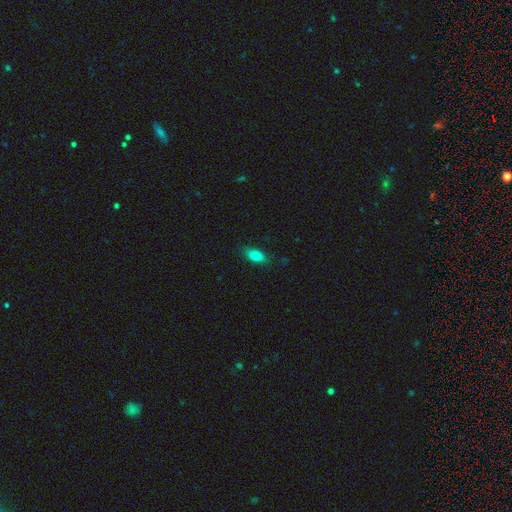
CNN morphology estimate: This appears to be a smooth galaxy with no disk features (80%) that is in between round and cigar-shaped (85%). Merging: none (84%).